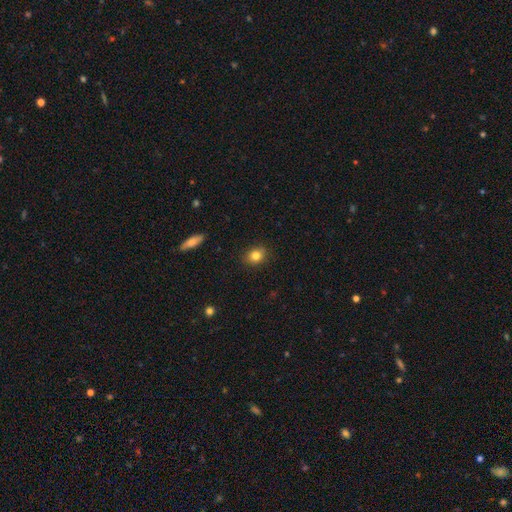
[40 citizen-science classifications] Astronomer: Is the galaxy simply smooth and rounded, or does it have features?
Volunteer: smooth — 80%.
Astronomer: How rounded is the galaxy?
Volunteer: in between — 59% (runner-up: round, 41%).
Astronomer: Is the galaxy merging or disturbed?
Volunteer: none — 86%.